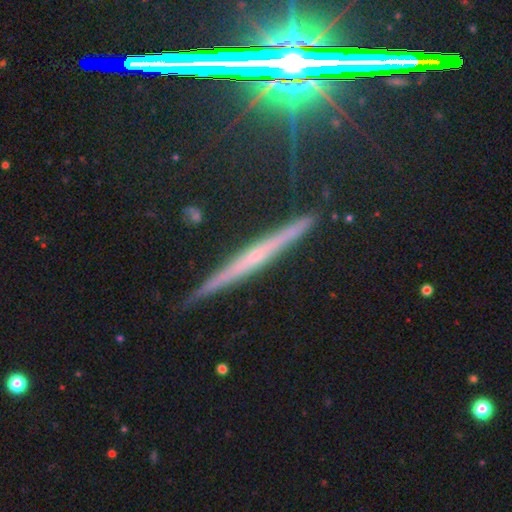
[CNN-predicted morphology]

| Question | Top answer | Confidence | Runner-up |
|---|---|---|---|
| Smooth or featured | featured or disk | 64% | smooth (19%) |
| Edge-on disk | yes | 96% | no (4%) |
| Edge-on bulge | none | 52% | rounded (40%) |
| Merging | none | 86% | minor disturbance (10%) |